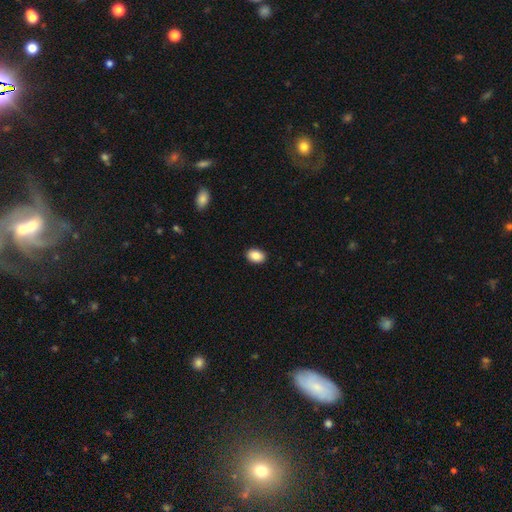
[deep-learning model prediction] A smooth galaxy with no disk features (88%) that is in between round and cigar-shaped (83%). Merging: none (91%).